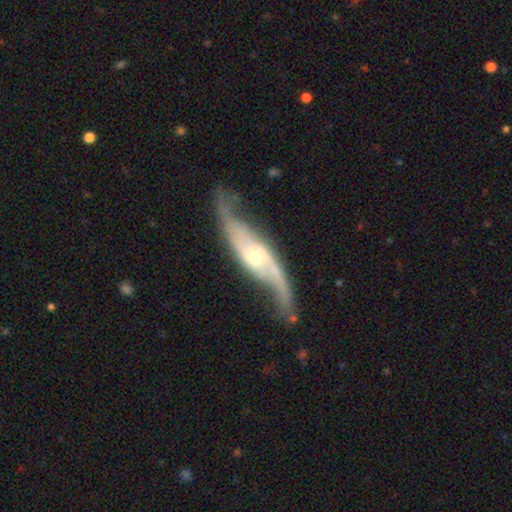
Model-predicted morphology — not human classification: Overall: featured or disk (87%). Edge-on disk: no (83%). Bar: no (56%; weak 30%). Spiral arms: yes (95%). Spiral arm count: 2 (91%). Spiral winding: loose (70%). Bulge size: small (61%; moderate 34%). Merging: none (68%).